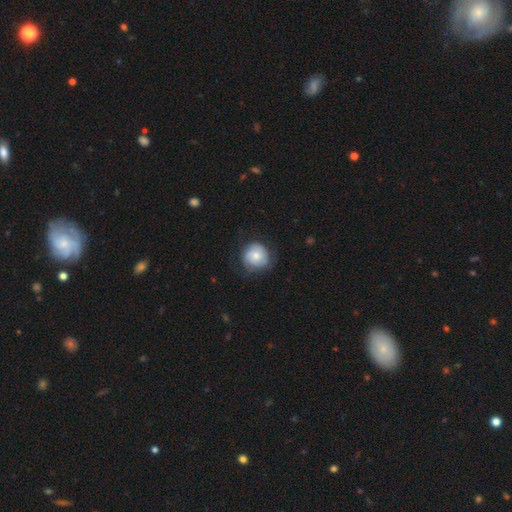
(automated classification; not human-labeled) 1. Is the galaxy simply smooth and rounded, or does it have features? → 65% smooth, 28% featured or disk, 7% star or artifact.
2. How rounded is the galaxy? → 88% round, 11% in between, 1% cigar-shaped.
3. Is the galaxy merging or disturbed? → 67% none, 23% minor disturbance, 9% major disturbance, 1% merger.